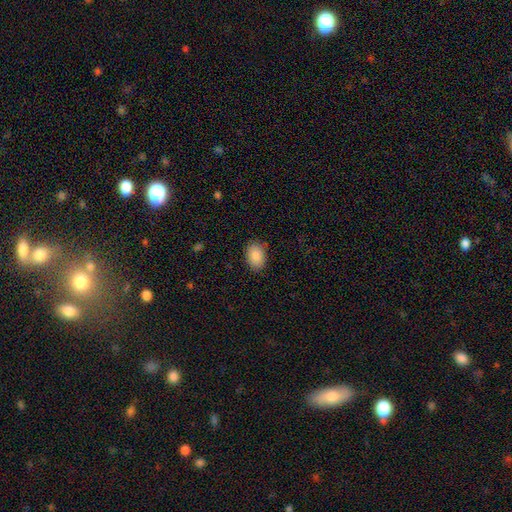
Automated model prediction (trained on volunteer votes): The model was most divided on "how rounded": in between: 84%, round: 15%, cigar-shaped: 1%. More confident: smooth or featured — smooth (87%); merging — none (85%).